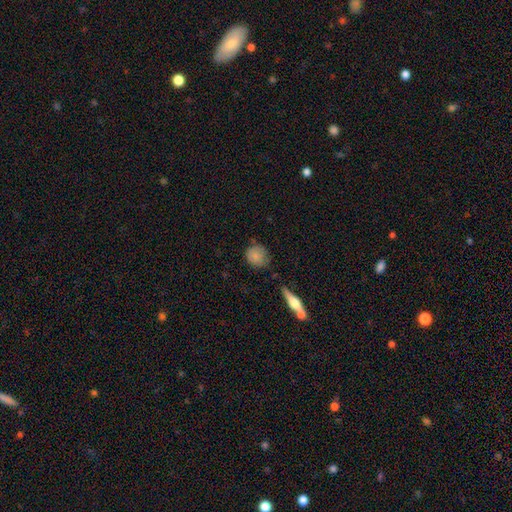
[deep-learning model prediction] Smooth or featured? Predicted: smooth (p=0.81). How rounded? Predicted: round (p=0.81). Merging? Predicted: none (p=0.69).